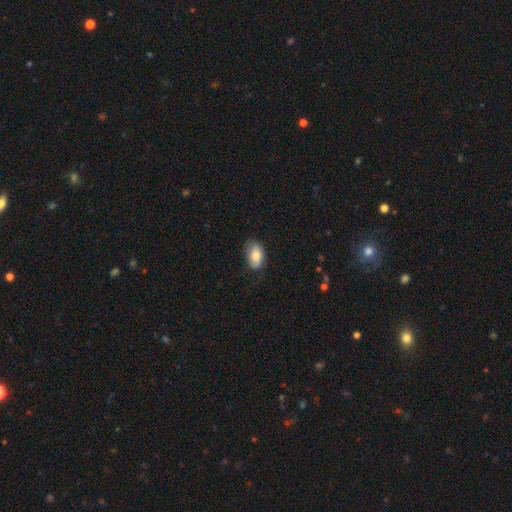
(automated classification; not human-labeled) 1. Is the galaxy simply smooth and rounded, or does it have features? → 81% smooth, 13% featured or disk, 7% star or artifact.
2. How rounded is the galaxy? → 92% in between, 6% round, 2% cigar-shaped.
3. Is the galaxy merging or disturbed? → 72% none, 23% minor disturbance, 5% major disturbance, 1% merger.